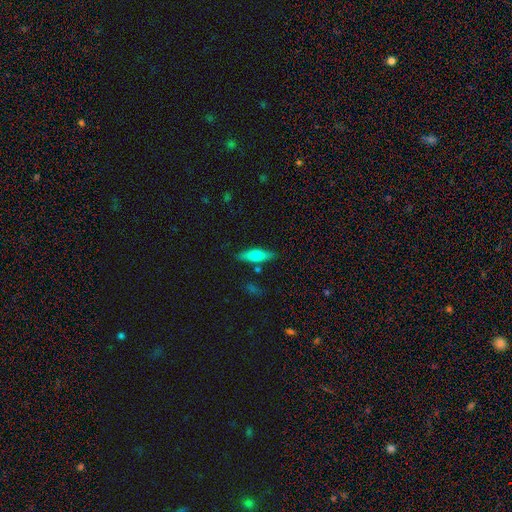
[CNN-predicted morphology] This appears to be a smooth galaxy with no disk features (61%) that is cigar-shaped (58%). Merging: none (80%).